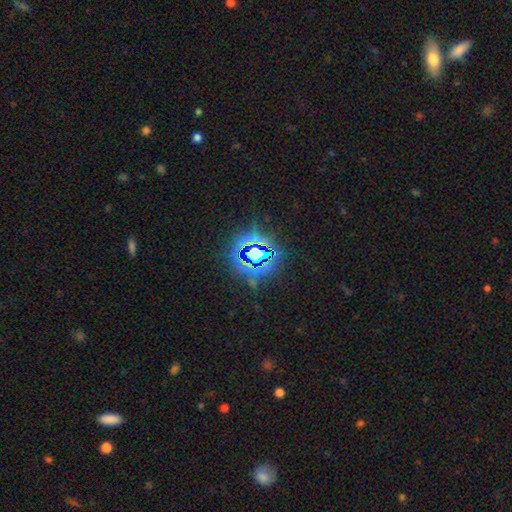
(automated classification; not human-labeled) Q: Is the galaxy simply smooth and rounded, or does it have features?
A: star or artifact — 79%.